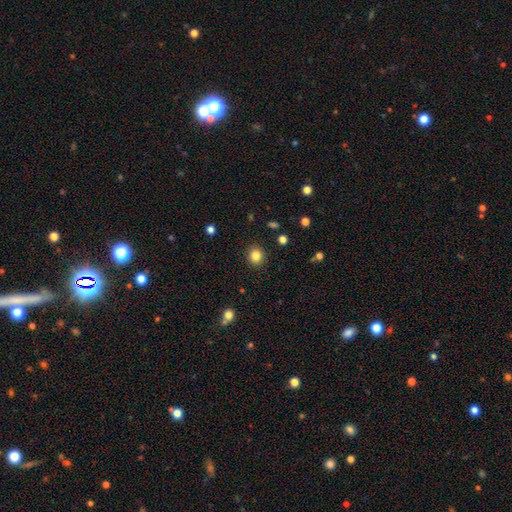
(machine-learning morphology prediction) Overall: smooth (83%). How rounded: round (82%). Merging: none (90%).